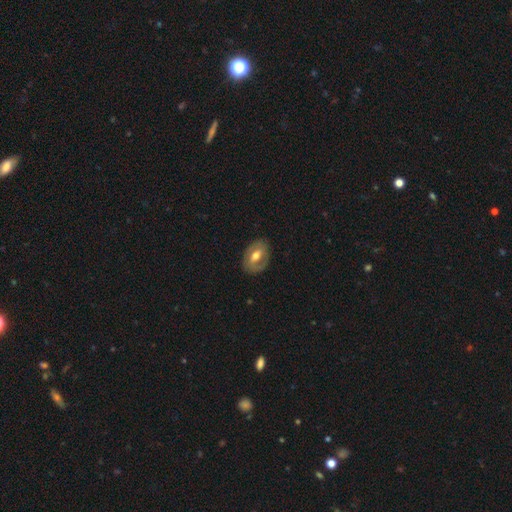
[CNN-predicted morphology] Overall: featured or disk (53%; smooth 40%). Edge-on disk: no (92%). Merging: none (81%).